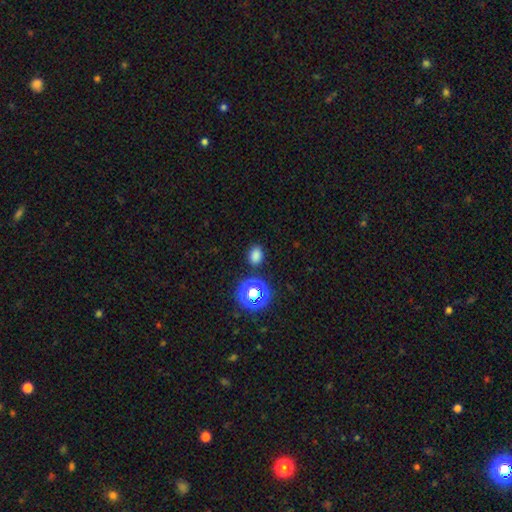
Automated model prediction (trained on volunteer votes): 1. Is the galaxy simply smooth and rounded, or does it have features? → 76% smooth, 20% star or artifact, 5% featured or disk.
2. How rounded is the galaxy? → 57% in between, 42% round, 1% cigar-shaped.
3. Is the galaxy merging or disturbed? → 82% none, 11% minor disturbance, 4% merger, 3% major disturbance.